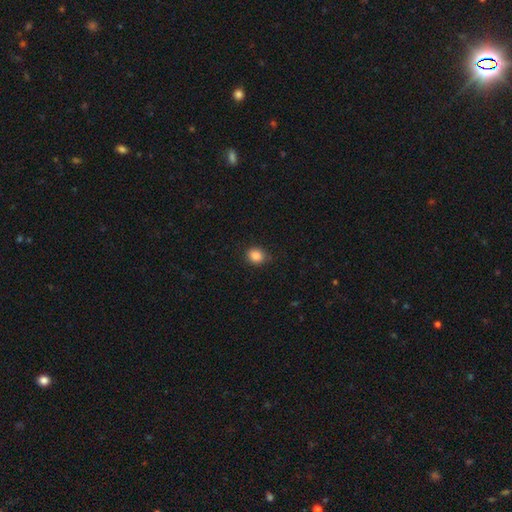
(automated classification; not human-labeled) Overall: smooth (86%). How rounded: round (67%; in between 32%). Merging: none (82%).